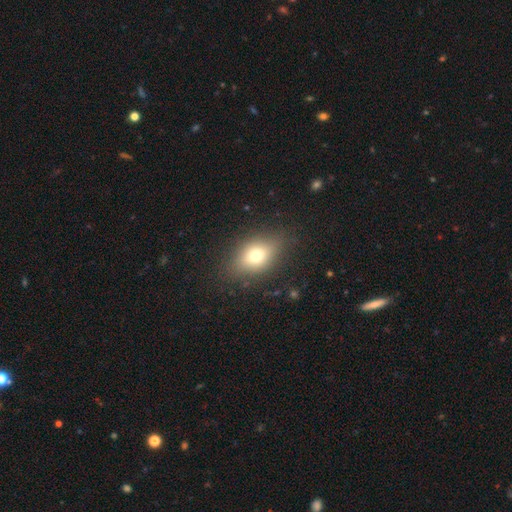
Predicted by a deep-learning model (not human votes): A smooth galaxy with no disk features (70%) that is in between round and cigar-shaped (73%). Merging: none (80%).